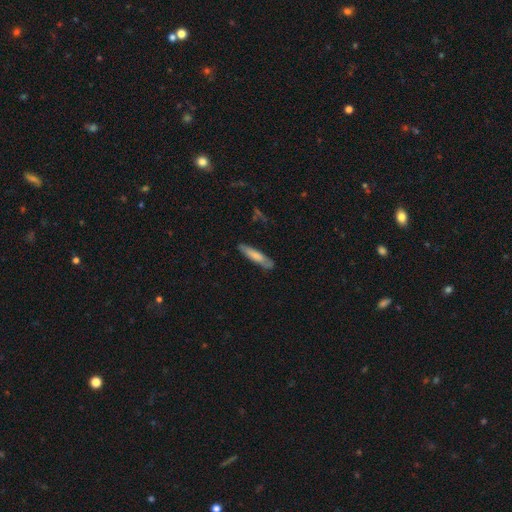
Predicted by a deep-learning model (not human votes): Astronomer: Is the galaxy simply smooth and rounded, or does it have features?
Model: smooth — 72%.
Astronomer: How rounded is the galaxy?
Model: cigar-shaped — 85%.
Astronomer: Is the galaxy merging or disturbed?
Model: none — 77%.